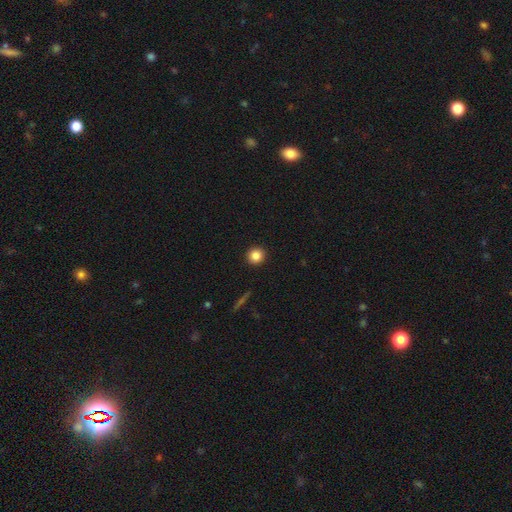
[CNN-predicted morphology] smooth-or-featured: smooth: 85% | star or artifact: 10% | featured or disk: 5%
  how-rounded: round: 95% | in between: 4% | cigar-shaped: 1%
  merging: none: 93% | minor disturbance: 4% | major disturbance: 1% | merger: 1%